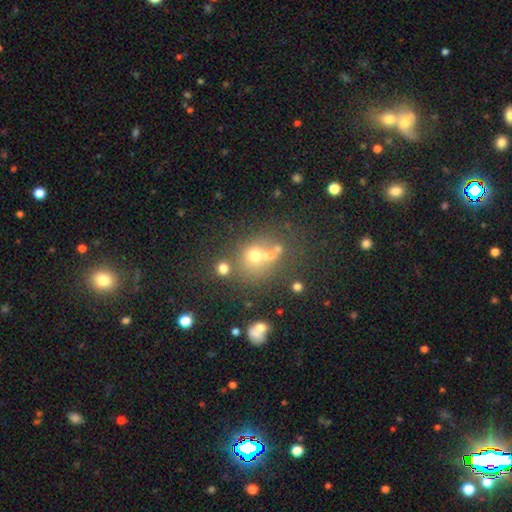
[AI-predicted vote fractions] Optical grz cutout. It shows a smooth galaxy with no disk features (55%) that is round (75%). Merging: none (46%).